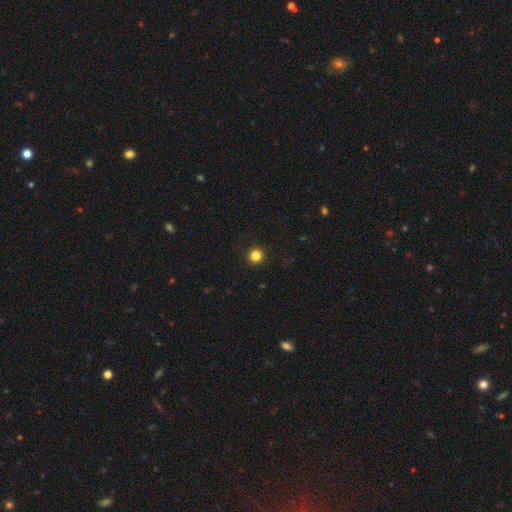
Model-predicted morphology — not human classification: Q: Smooth or featured?
A: smooth (84%); runner-up: star or artifact (12%)
Q: How rounded?
A: round (95%); runner-up: in between (4%)
Q: Merging?
A: none (94%); runner-up: minor disturbance (4%)